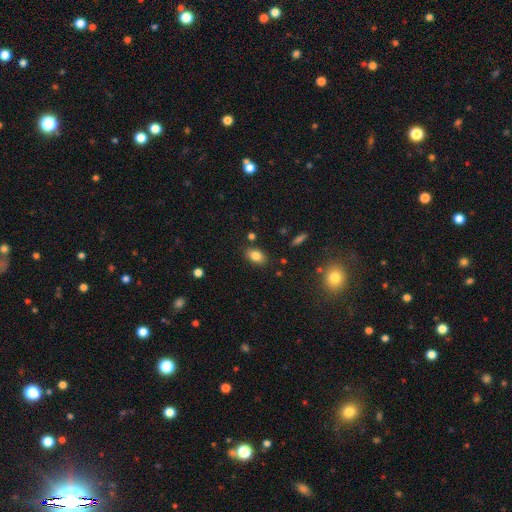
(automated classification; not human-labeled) This is clearly a smooth galaxy (83%). How rounded: clearly in between (86%). Merging: clearly none (83%).